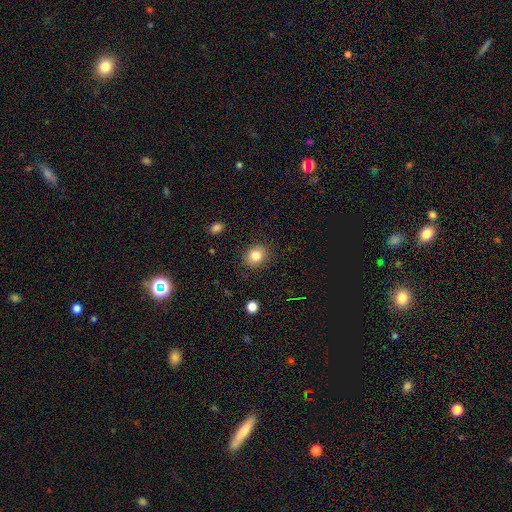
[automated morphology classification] smooth-or-featured: smooth: 83% | star or artifact: 10% | featured or disk: 7%
  how-rounded: round: 61% | in between: 38% | cigar-shaped: 1%
  merging: none: 87% | minor disturbance: 9% | major disturbance: 3% | merger: 1%